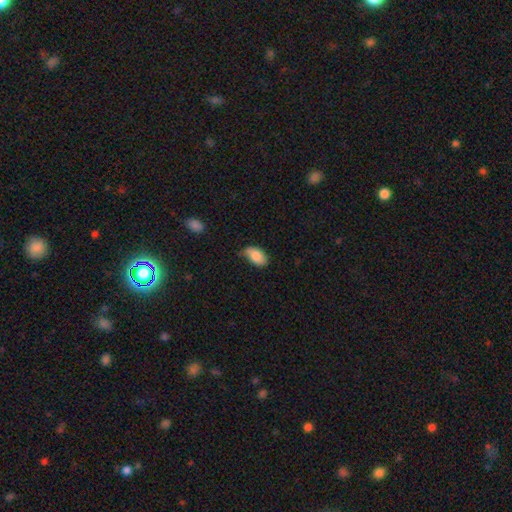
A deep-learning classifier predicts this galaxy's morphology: Smooth or featured?
  - smooth: 83% *
  - featured or disk: 10%
  - star or artifact: 7%
How rounded?
  - in between: 93% *
  - round: 5%
  - cigar-shaped: 2%
Merging?
  - none: 53% *
  - minor disturbance: 37%
  - major disturbance: 8%
  - merger: 2%